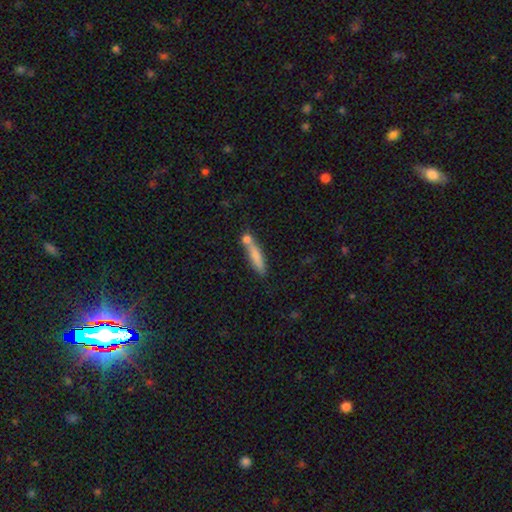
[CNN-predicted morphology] Smooth or featured? smooth (75%)
How rounded? cigar-shaped (84%)
Merging? none (52%)